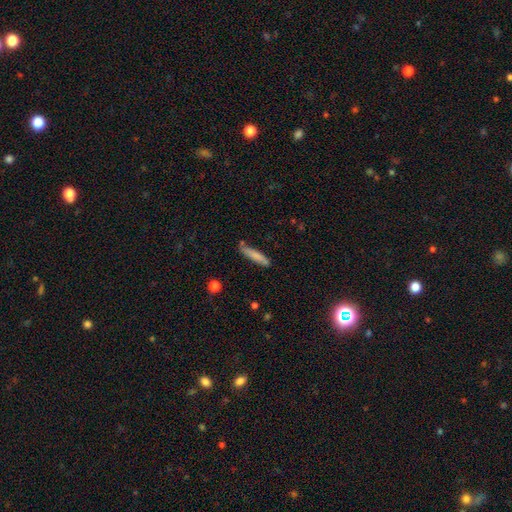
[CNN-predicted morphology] A smooth galaxy with no disk features (77%) that is cigar-shaped (89%).

Vote fractions:
- Smooth or featured? smooth: 77% / featured or disk: 17% / star or artifact: 6%
- How rounded? cigar-shaped: 89% / in between: 10% / round: 1%
- Merging? none: 77% / minor disturbance: 16% / merger: 5% / major disturbance: 3%